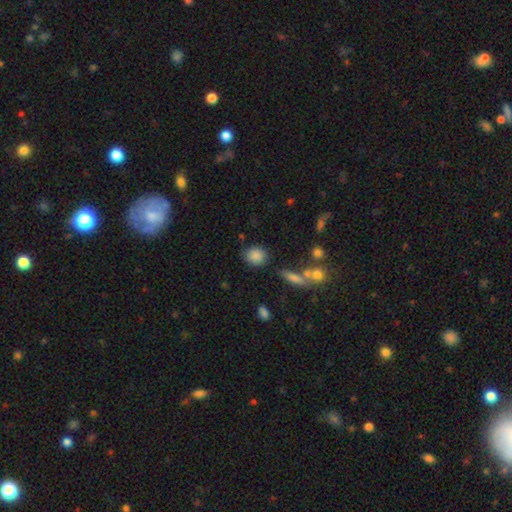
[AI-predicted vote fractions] A smooth galaxy with no disk features (85%) that is round (66%). Merging: none (76%).